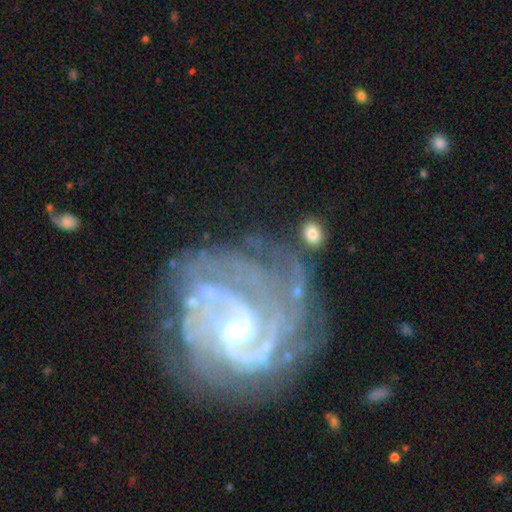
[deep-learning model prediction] Smooth or featured: featured or disk — 90% (star or artifact — 6%)
Edge-on disk: no — 98% (yes — 2%)
Bar: weak — 48% (no — 35%)
Spiral arms: yes — 97% (no — 3%)
Spiral winding: tight — 61% (medium — 33%)
Spiral arm count: 2 — 35% (can't tell — 20%)
Bulge size: small — 54% (moderate — 38%)
Merging: none — 60% (minor disturbance — 20%)